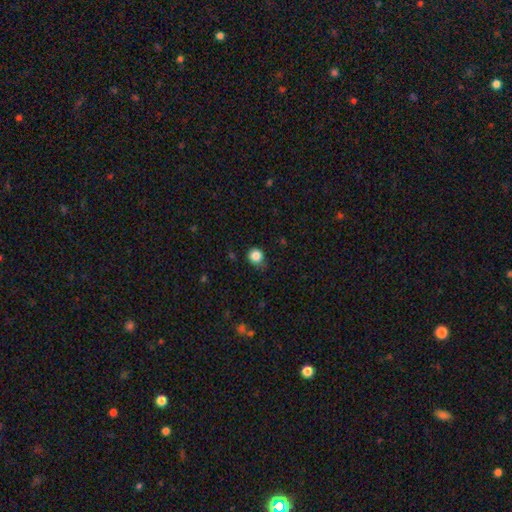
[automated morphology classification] Smooth or featured? smooth (85%)
How rounded? round (87%)
Merging? none (73%)